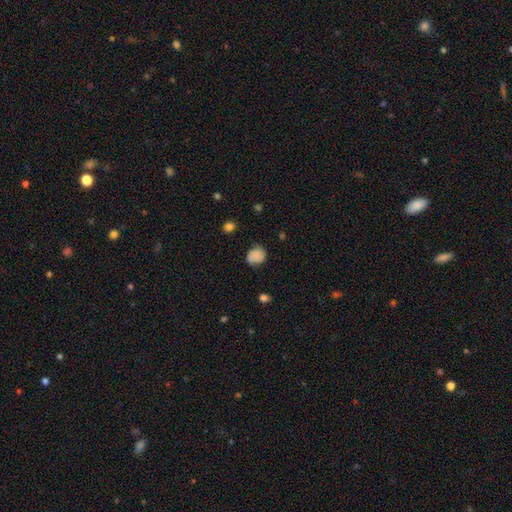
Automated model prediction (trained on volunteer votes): Morphology: type=smooth (76%); roundness=round (72%); merging=none (68%).